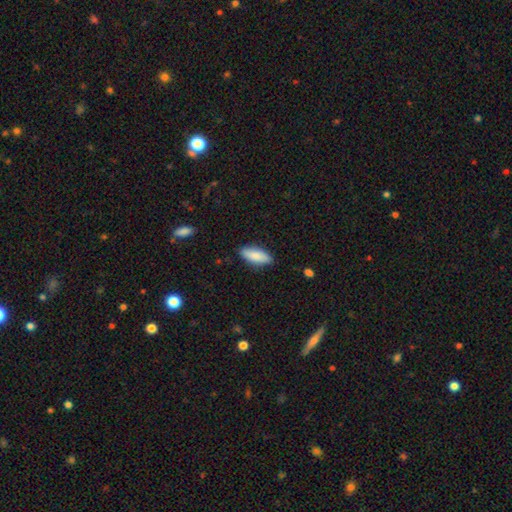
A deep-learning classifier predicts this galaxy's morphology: smooth_or_featured: smooth (p=0.84) [alt: featured or disk p=0.10]
how_rounded: in between (p=0.73) [alt: cigar-shaped p=0.25]
merging: none (p=0.84) [alt: minor disturbance p=0.13]